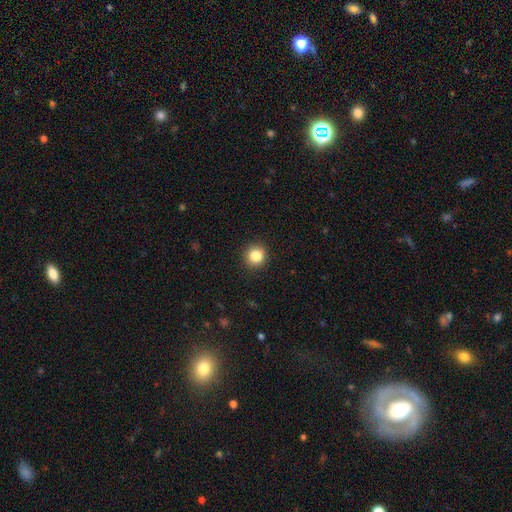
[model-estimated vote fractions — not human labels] smooth_or_featured: smooth (p=0.86) [alt: star or artifact p=0.10]
how_rounded: round (p=0.90) [alt: in between p=0.09]
merging: none (p=0.90) [alt: minor disturbance p=0.07]